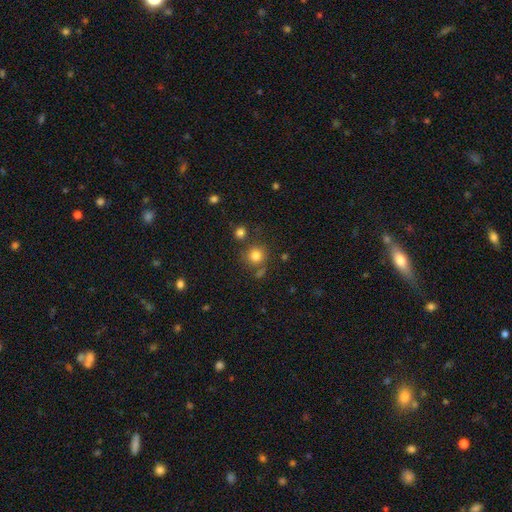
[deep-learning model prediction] Smooth or featured?
  - smooth: 80% *
  - star or artifact: 13%
  - featured or disk: 7%
How rounded?
  - round: 91% *
  - in between: 8%
  - cigar-shaped: 1%
Merging?
  - none: 76% *
  - minor disturbance: 10%
  - merger: 10%
  - major disturbance: 4%